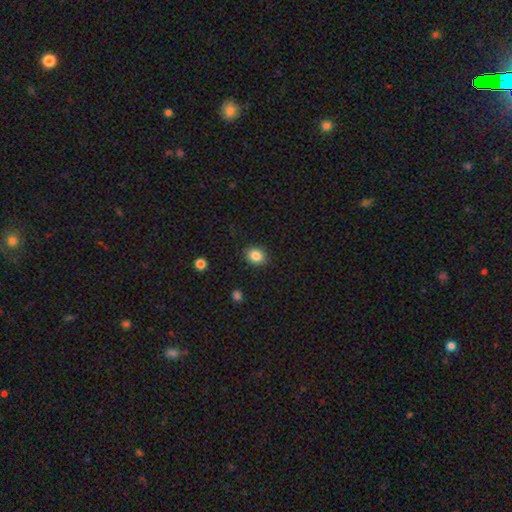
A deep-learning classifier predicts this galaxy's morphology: A smooth galaxy with no disk features (85%) that is round (53%).

Vote fractions:
- Smooth or featured? smooth: 85% / star or artifact: 10% / featured or disk: 5%
- How rounded? round: 53% / in between: 46% / cigar-shaped: 1%
- Merging? none: 89% / minor disturbance: 8% / major disturbance: 2% / merger: 1%